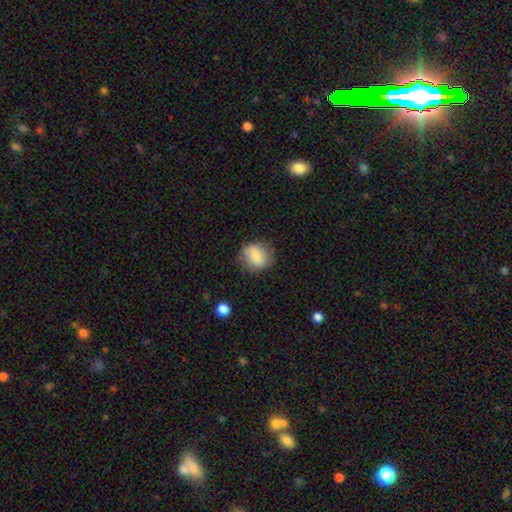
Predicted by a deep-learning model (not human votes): This is likely a smooth galaxy (71%). How rounded: likely round (75%). Merging: likely none (77%).